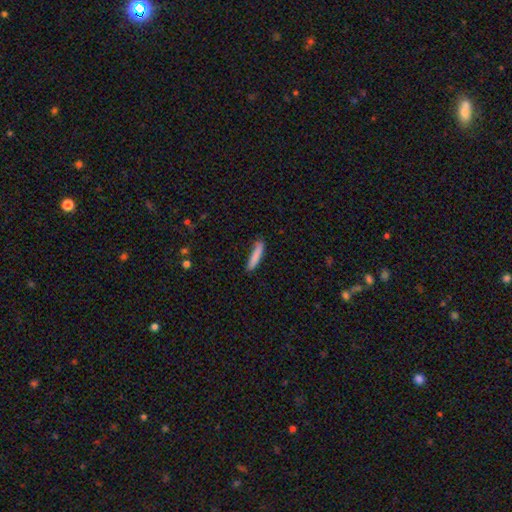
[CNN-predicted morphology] Overall: smooth (84%). How rounded: cigar-shaped (89%). Merging: none (82%).